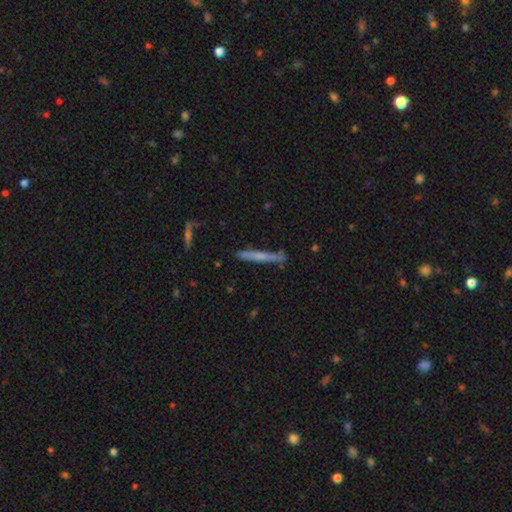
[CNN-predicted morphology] Smooth or featured: featured or disk — 49% (smooth — 42%)
Merging: none — 84% (minor disturbance — 11%)